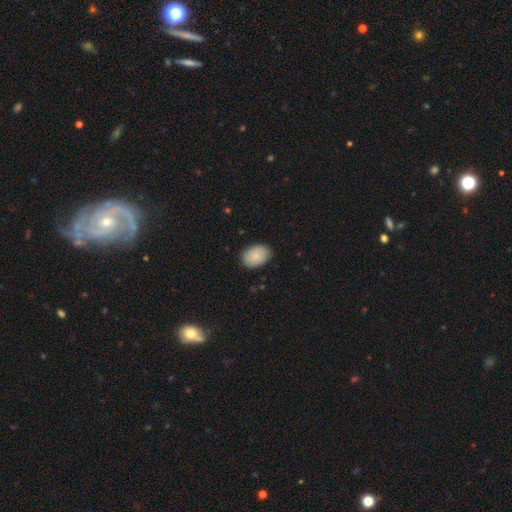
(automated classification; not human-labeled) The model was most divided on "how rounded": in between: 84%, round: 16%, cigar-shaped: 1%. More confident: merging — none (87%); smooth or featured — smooth (87%).